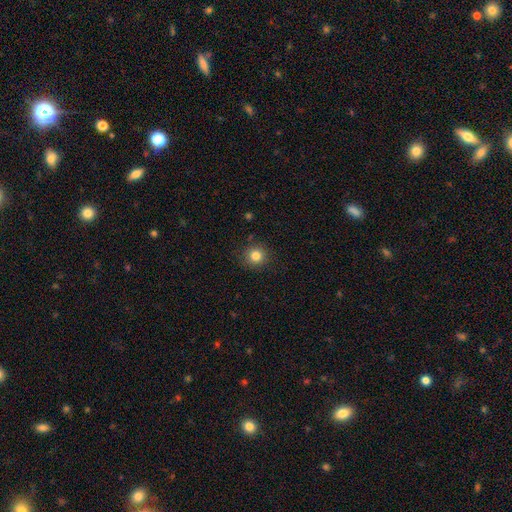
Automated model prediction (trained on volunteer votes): The model was most divided on "smooth or featured": smooth: 83%, star or artifact: 12%, featured or disk: 6%. More confident: how rounded — round (92%); merging — none (89%).